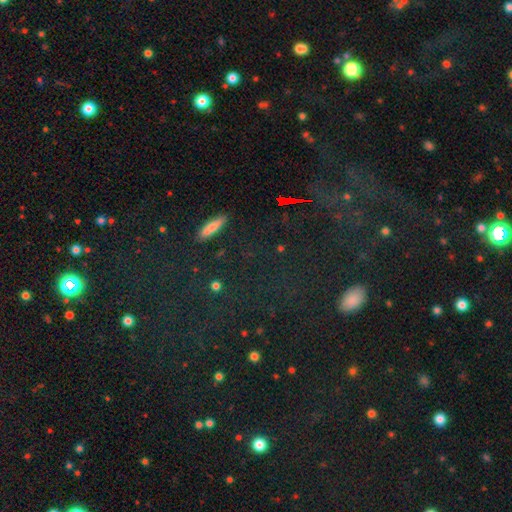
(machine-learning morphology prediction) star or artifact 52%, smooth 32%, featured or disk 16%.